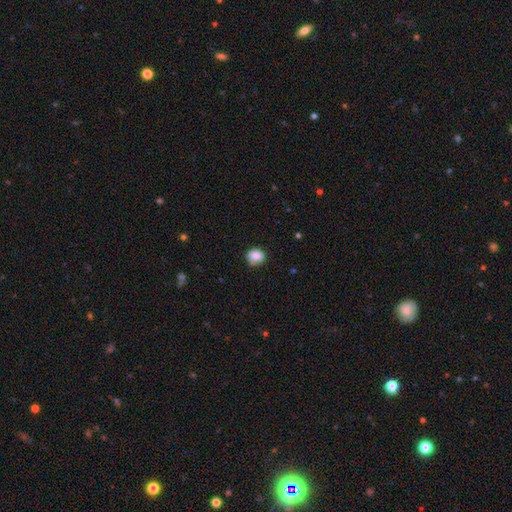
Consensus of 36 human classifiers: Smooth or featured?
  - smooth: 100% *
  - featured or disk: 0%
  - star or artifact: 0%
How rounded?
  - round: 83% *
  - in between: 17%
  - cigar-shaped: 0%
Merging?
  - none: 94% *
  - minor disturbance: 6%
  - major disturbance: 0%
  - merger: 0%